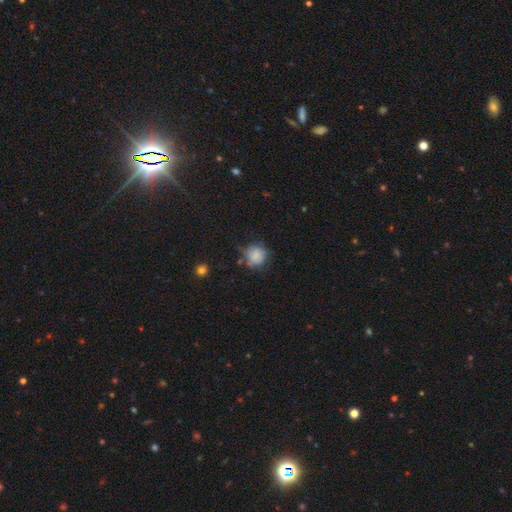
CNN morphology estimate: A smooth galaxy with no disk features (80%) that is round (84%).

Vote fractions:
- Smooth or featured? smooth: 80% / star or artifact: 10% / featured or disk: 10%
- How rounded? round: 84% / in between: 15% / cigar-shaped: 1%
- Merging? none: 59% / minor disturbance: 26% / major disturbance: 9% / merger: 6%